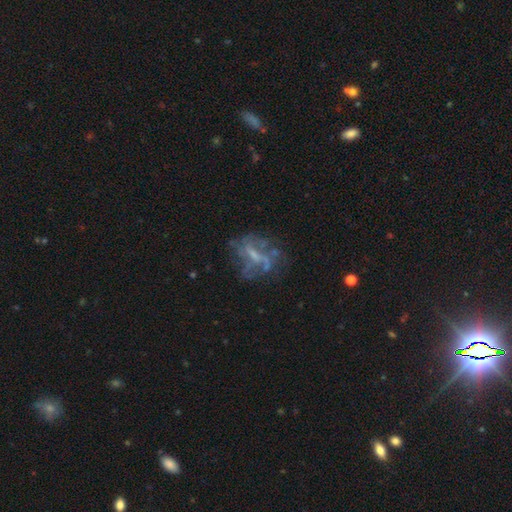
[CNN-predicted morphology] smooth-or-featured: featured or disk: 67% | smooth: 18% | star or artifact: 15%
  disk-edge-on: no: 95% | yes: 5%
    bar: weak: 41% | no: 40% | strong: 20%
    has-spiral-arms: no: 55% | yes: 45%
    bulge-size: small: 39% | none: 35% | moderate: 22% | large: 2% | dominant: 1%
  merging: none: 53% | major disturbance: 24% | minor disturbance: 18% | merger: 5%